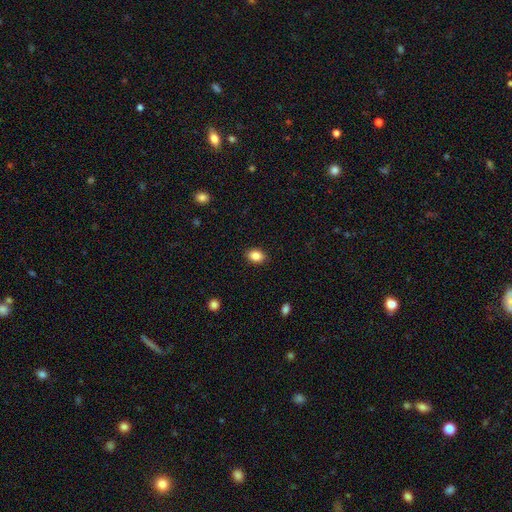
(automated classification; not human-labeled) smooth_or_featured: smooth (p=0.86) [alt: star or artifact p=0.09]
how_rounded: in between (p=0.78) [alt: round p=0.21]
merging: none (p=0.89) [alt: minor disturbance p=0.08]